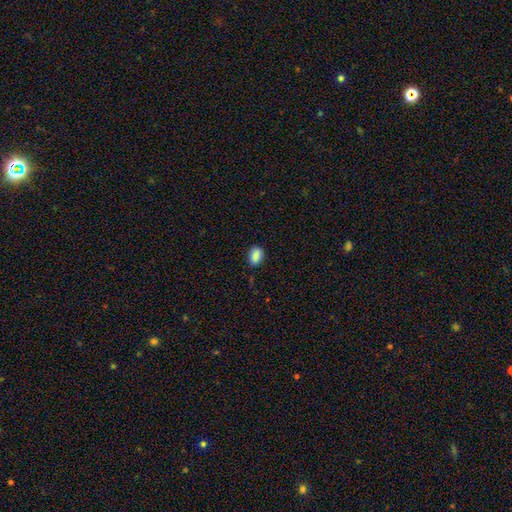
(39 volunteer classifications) This appears to be a smooth galaxy with no disk features (77%) that is in between round and cigar-shaped (87%). Merging: none (71%).